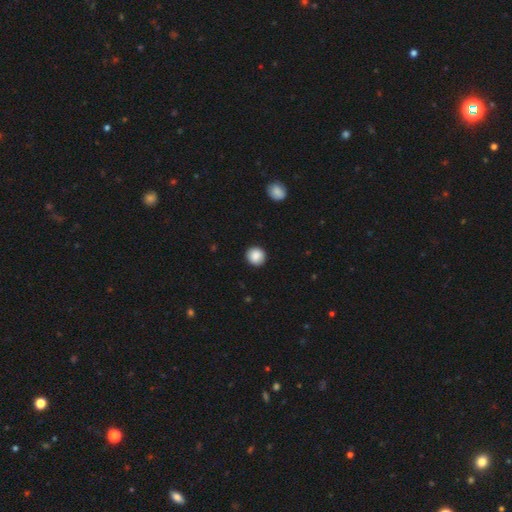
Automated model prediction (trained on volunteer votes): Morphology: type=smooth (88%); roundness=round (92%); merging=none (91%).